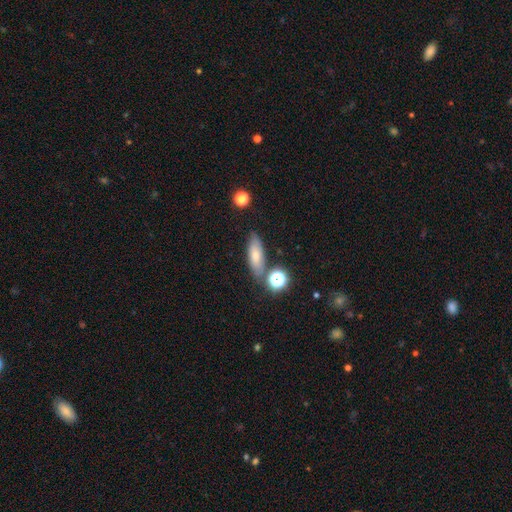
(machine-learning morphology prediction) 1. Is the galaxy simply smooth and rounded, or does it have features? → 70% smooth, 18% featured or disk, 11% star or artifact.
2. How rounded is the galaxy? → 65% in between, 29% cigar-shaped, 6% round.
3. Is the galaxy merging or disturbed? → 73% none, 15% minor disturbance, 8% merger, 4% major disturbance.